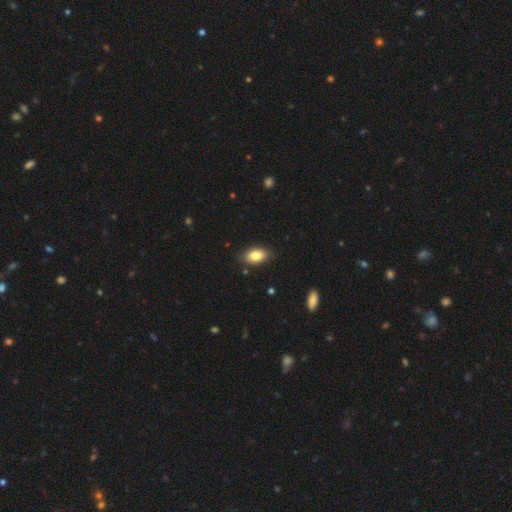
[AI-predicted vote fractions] Morphology: type=smooth (84%); roundness=in between (91%); merging=none (84%).